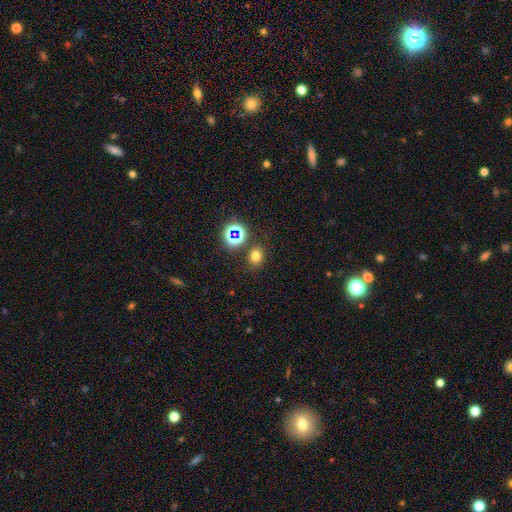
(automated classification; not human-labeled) Smooth or featured? smooth (70%)
How rounded? round (55%)
Merging? none (82%)